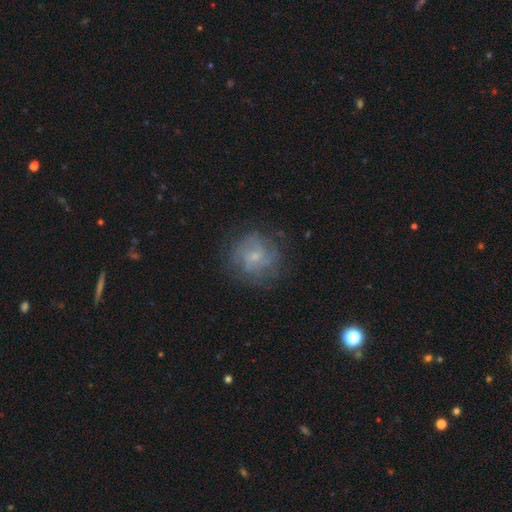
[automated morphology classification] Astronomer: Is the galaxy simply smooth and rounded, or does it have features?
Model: featured or disk — 57% (runner-up: smooth, 32%).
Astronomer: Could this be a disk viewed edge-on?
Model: no — 97%.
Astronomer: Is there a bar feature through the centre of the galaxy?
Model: no — 57% (runner-up: weak, 38%).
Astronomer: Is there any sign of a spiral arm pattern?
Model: yes — 74%.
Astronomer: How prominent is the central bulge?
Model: small — 70%.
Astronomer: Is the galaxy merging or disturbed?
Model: none — 75%.